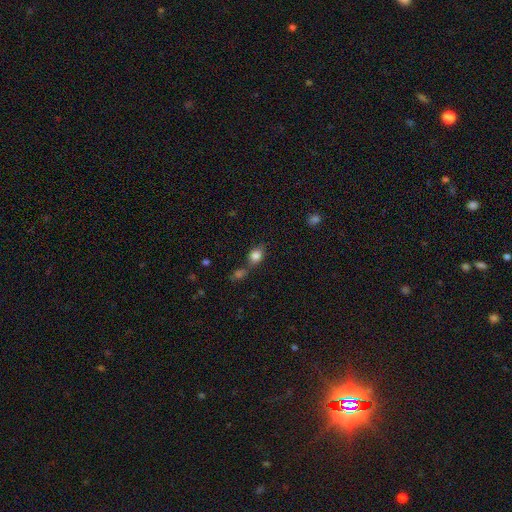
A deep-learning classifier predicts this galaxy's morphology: The model was most divided on "how rounded": in between: 54%, round: 44%, cigar-shaped: 2%. More confident: smooth or featured — smooth (82%); merging — none (55%).